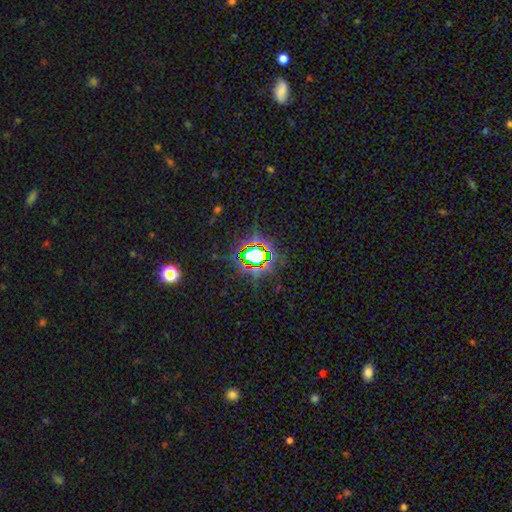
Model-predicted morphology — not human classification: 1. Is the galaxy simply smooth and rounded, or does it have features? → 74% star or artifact, 15% smooth, 11% featured or disk.